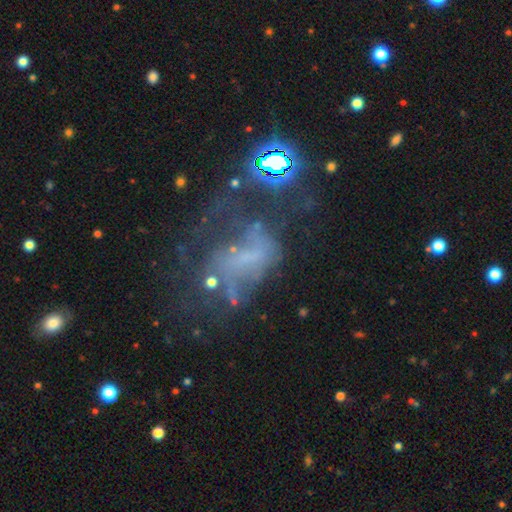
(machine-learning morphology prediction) A featured or disk galaxy (52%) with no bar (59%), no spiral arms (57%) and no central bulge (58%).

Vote fractions:
- Smooth or featured? featured or disk: 52% / star or artifact: 25% / smooth: 23%
- Edge-on disk? no: 96% / yes: 4%
- Bar? no: 59% / weak: 27% / strong: 13%
- Spiral arms? no: 57% / yes: 43%
- Bulge size? none: 58% / small: 24% / moderate: 13% / large: 3% / dominant: 2%
- Merging? major disturbance: 42% / none: 29% / minor disturbance: 17% / merger: 12%